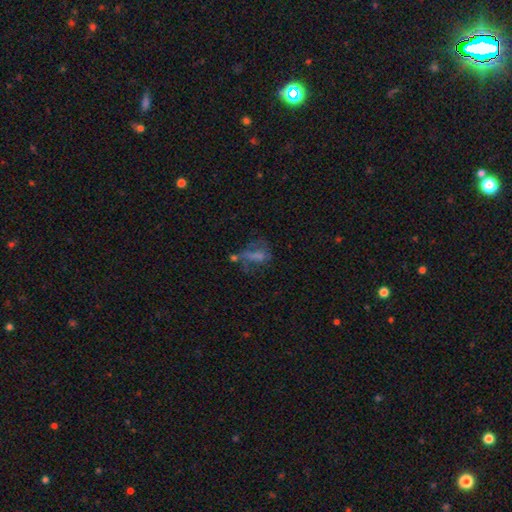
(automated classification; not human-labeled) smooth-or-featured: smooth: 48% | featured or disk: 33% | star or artifact: 19%
  merging: major disturbance: 39% | none: 27% | minor disturbance: 18% | merger: 16%